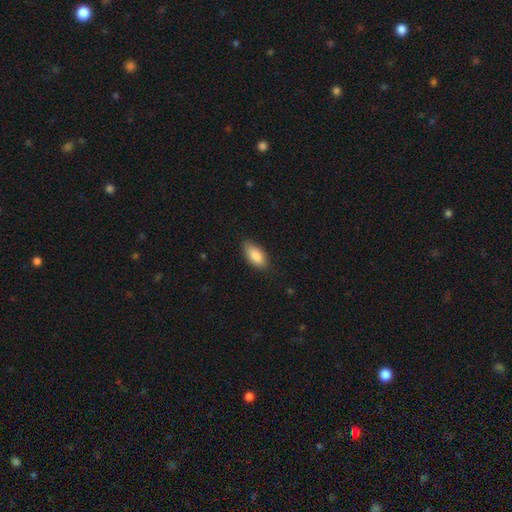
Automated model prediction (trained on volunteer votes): smooth-or-featured: smooth: 87% | featured or disk: 7% | star or artifact: 6%
  how-rounded: in between: 89% | cigar-shaped: 8% | round: 2%
  merging: none: 82% | minor disturbance: 15% | major disturbance: 3% | merger: 1%